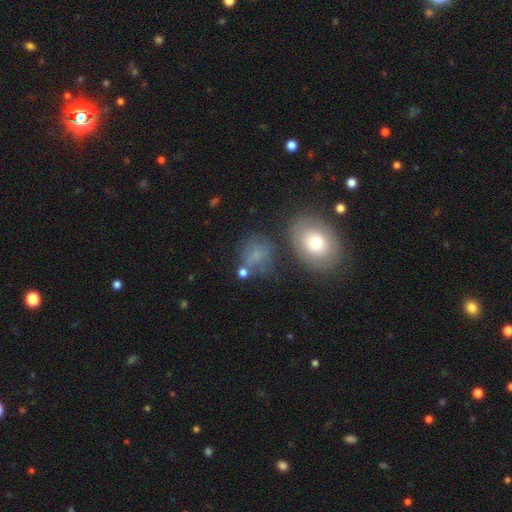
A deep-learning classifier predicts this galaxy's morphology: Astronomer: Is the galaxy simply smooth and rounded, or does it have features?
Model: smooth — 62%.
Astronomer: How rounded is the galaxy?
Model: round — 60% (runner-up: in between, 39%).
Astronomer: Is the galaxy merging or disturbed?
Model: none — 54%.